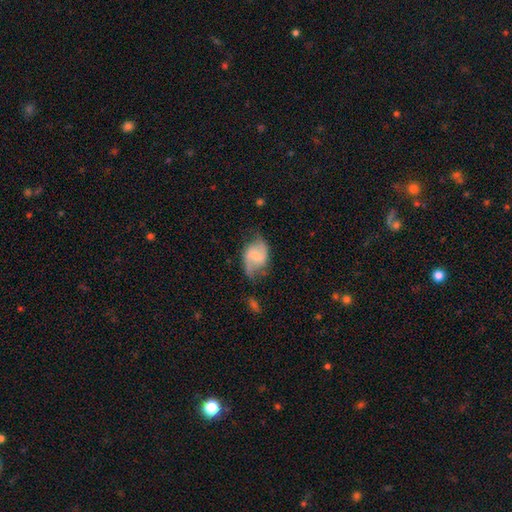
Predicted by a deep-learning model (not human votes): smooth-or-featured: featured or disk: 69% | smooth: 24% | star or artifact: 6%
  disk-edge-on: no: 97% | yes: 3%
    bar: weak: 54% | no: 27% | strong: 19%
    has-spiral-arms: yes: 91% | no: 9%
      spiral-winding: loose: 51% | medium: 38% | tight: 11%
      spiral-arm-count: 2: 88% | can't tell: 6% | 1: 4% | 3: 1% | 4: 1% | more than 4: 1%
    bulge-size: small: 48% | moderate: 36% | none: 11% | large: 3% | dominant: 1%
  merging: none: 61% | minor disturbance: 25% | major disturbance: 11% | merger: 2%